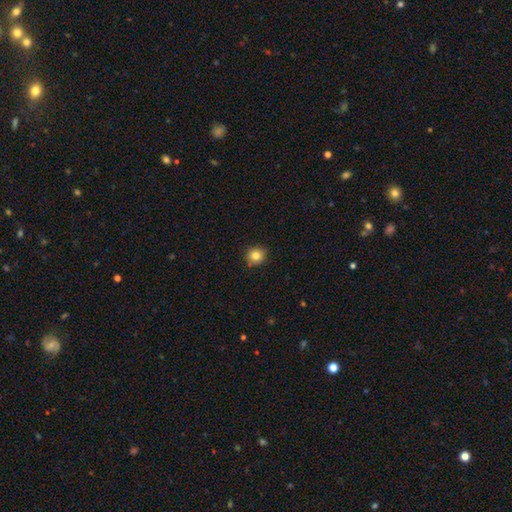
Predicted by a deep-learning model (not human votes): Morphology: type=smooth (83%); roundness=round (85%); merging=none (86%).